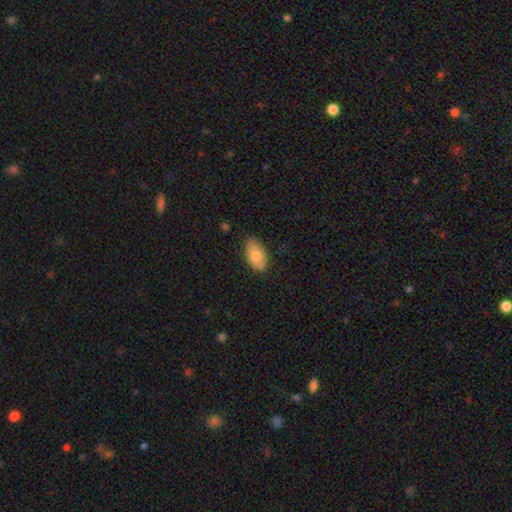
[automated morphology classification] Q: Smooth or featured?
A: smooth (76%); runner-up: featured or disk (18%)
Q: How rounded?
A: in between (93%); runner-up: round (5%)
Q: Merging?
A: none (76%); runner-up: minor disturbance (20%)